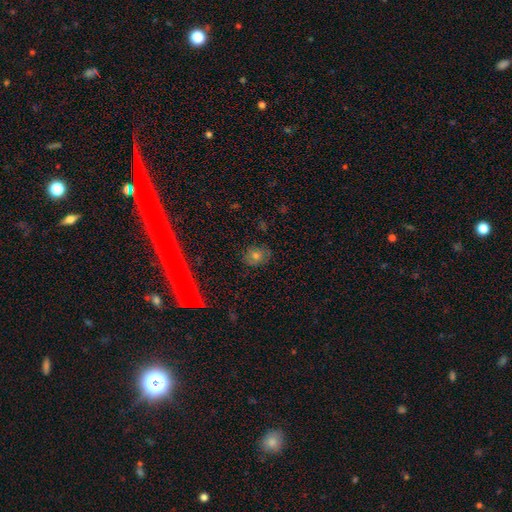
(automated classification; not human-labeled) A smooth galaxy with no disk features (60%) that is round (57%). Merging: none (81%).